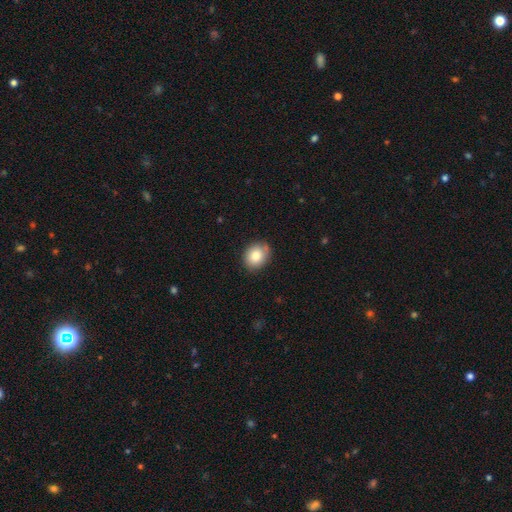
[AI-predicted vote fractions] The model was most divided on "how rounded": round: 58%, in between: 41%, cigar-shaped: 1%. More confident: smooth or featured — smooth (83%); merging — none (81%).